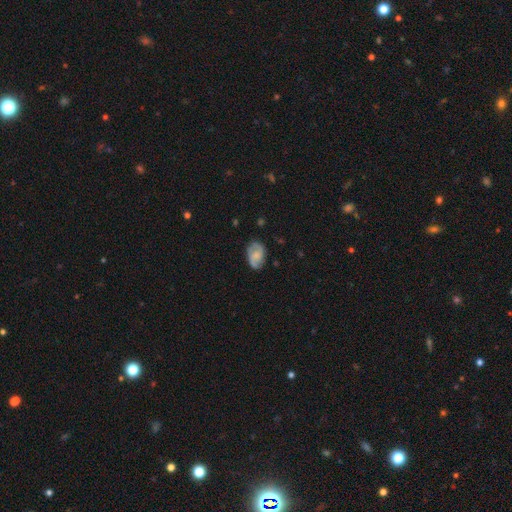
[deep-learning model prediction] Q: Smooth or featured?
A: featured or disk (54%); runner-up: smooth (38%)
Q: Edge-on disk?
A: no (97%); runner-up: yes (3%)
Q: Bar?
A: no (58%); runner-up: weak (36%)
Q: Spiral arms?
A: yes (87%); runner-up: no (13%)
Q: Bulge size?
A: none (38%); runner-up: small (32%)
Q: Merging?
A: none (72%); runner-up: minor disturbance (21%)